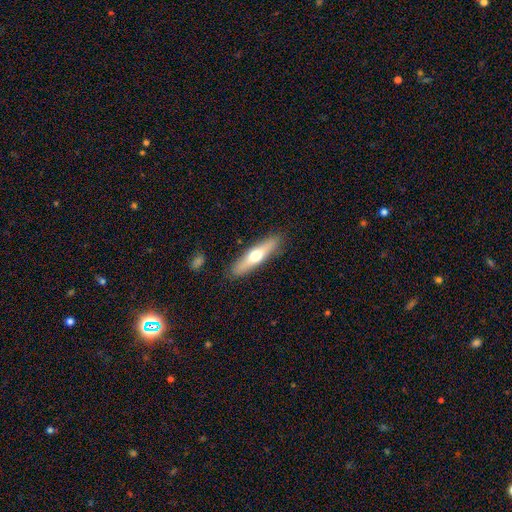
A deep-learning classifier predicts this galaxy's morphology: Smooth or featured?
  - smooth: 51% *
  - featured or disk: 44%
  - star or artifact: 6%
How rounded?
  - cigar-shaped: 79% *
  - in between: 19%
  - round: 2%
Merging?
  - none: 88% *
  - minor disturbance: 9%
  - major disturbance: 2%
  - merger: 1%